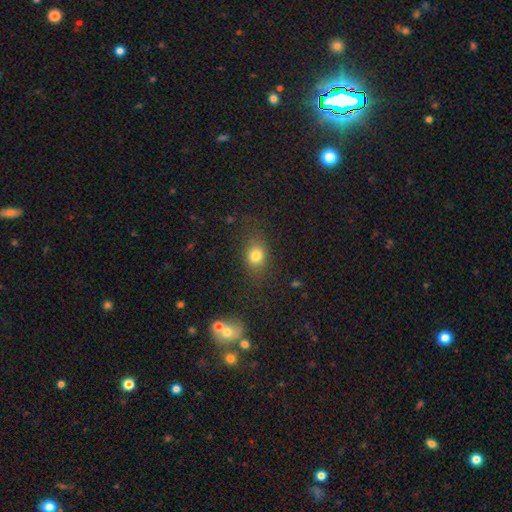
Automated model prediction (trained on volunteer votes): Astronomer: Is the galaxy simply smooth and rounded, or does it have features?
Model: smooth — 76%.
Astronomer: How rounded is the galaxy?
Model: round — 49% (runner-up: in between, 48%).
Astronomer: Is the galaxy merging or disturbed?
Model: none — 75%.